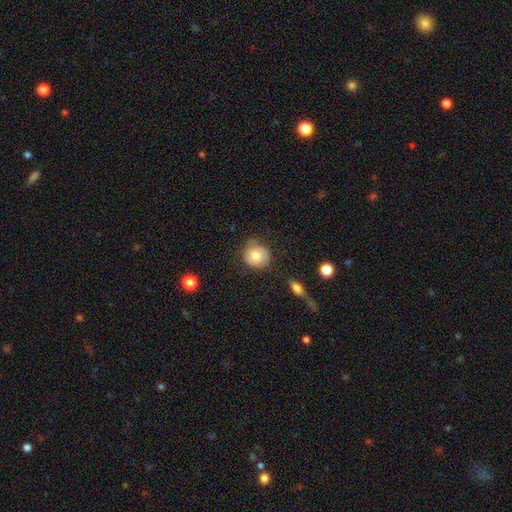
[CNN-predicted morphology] smooth_or_featured: smooth (p=0.73) [alt: featured or disk p=0.19]
how_rounded: round (p=0.81) [alt: in between p=0.18]
merging: none (p=0.62) [alt: minor disturbance p=0.27]